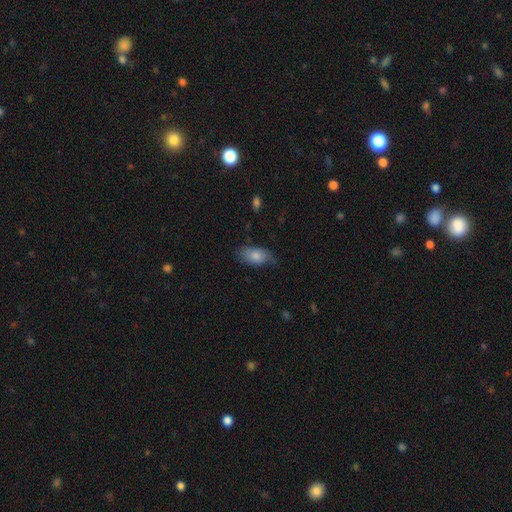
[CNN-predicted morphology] This appears to be a smooth galaxy with no disk features (78%) that is in between round and cigar-shaped (92%). Merging: none (60%).